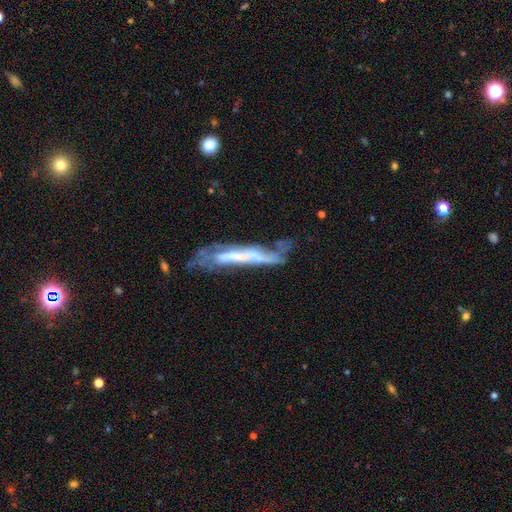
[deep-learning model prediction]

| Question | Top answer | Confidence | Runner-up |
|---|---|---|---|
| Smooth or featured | featured or disk | 57% | smooth (35%) |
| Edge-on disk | yes | 50% | tied: no (50%) |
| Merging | none | 34% | major disturbance (27%) |